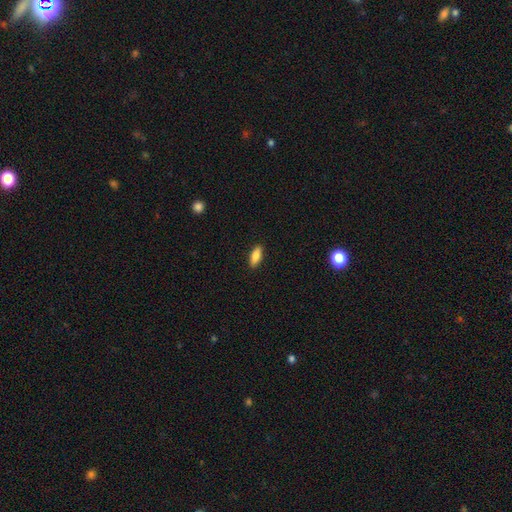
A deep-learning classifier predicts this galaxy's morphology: smooth 82%, featured or disk 11%, star or artifact 7%. Down the decision tree: how rounded — in between (74%); merging — none (89%).